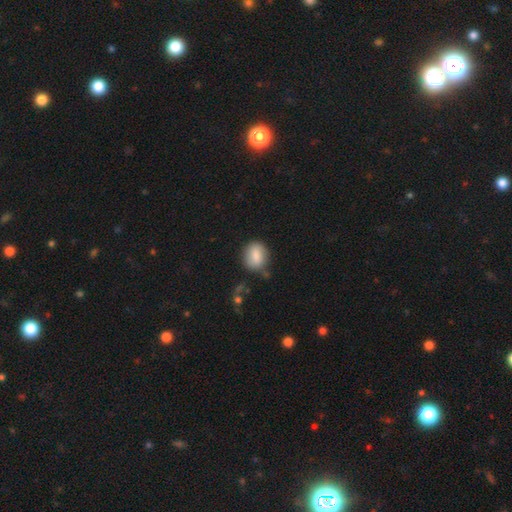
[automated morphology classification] The model was most divided on "how rounded": round: 51%, in between: 48%, cigar-shaped: 2%. More confident: smooth or featured — smooth (83%); merging — none (72%).